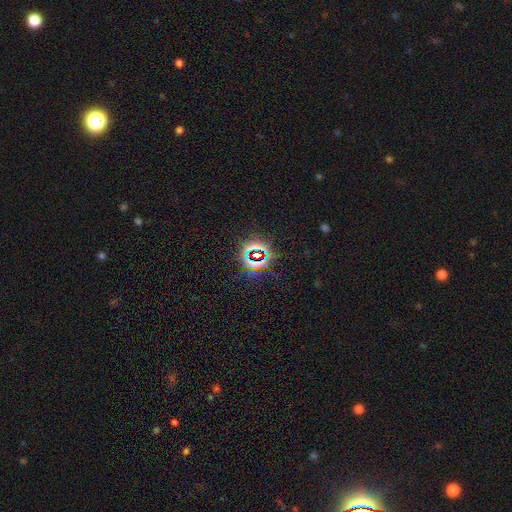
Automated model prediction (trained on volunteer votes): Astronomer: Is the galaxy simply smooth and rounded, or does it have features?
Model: star or artifact — 77%.